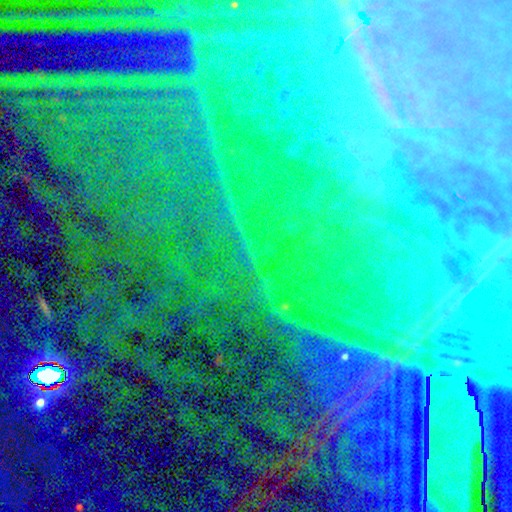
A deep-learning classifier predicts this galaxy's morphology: smooth-or-featured: star or artifact: 77% | featured or disk: 14% | smooth: 9%